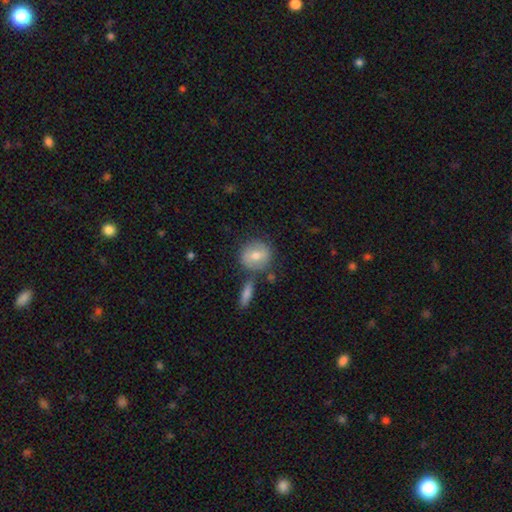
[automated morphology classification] This is likely a smooth galaxy (67%). How rounded: clearly round (85%). Merging: likely none (71%).